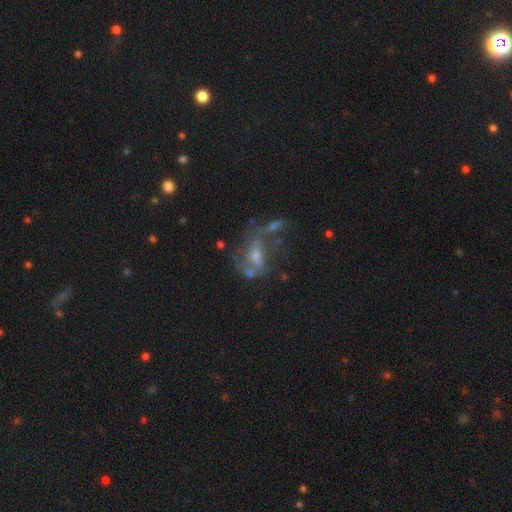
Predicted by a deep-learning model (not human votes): smooth_or_featured: featured or disk (p=0.64) [alt: star or artifact p=0.18]
disk_edge_on: no (p=0.95) [alt: yes p=0.05]
bar: no (p=0.51) [alt: weak p=0.36]
has_spiral_arms: yes (p=0.61) [alt: no p=0.39]
bulge_size: moderate (p=0.40) [tied with: small p=0.40]
merging: none (p=0.31) [tied with: major disturbance p=0.31]